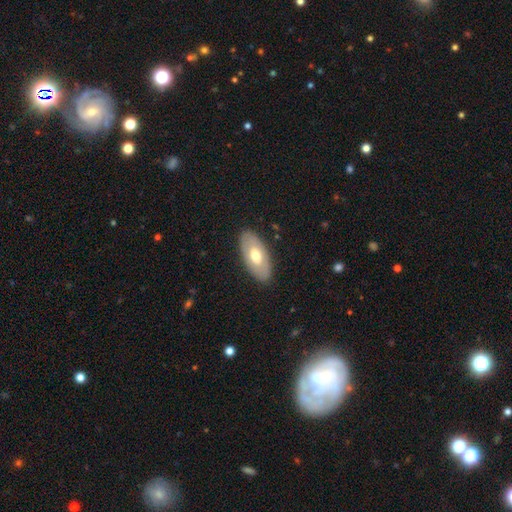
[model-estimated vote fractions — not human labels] smooth-or-featured: smooth: 54% | featured or disk: 41% | star or artifact: 5%
  how-rounded: in between: 92% | cigar-shaped: 5% | round: 3%
  merging: none: 86% | minor disturbance: 10% | major disturbance: 3% | merger: 1%